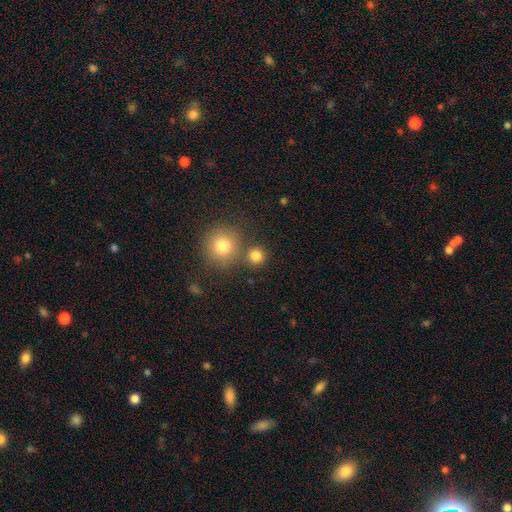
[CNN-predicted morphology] A smooth galaxy with no disk features (82%) that is round (92%).

Vote fractions:
- Smooth or featured? smooth: 82% / star or artifact: 12% / featured or disk: 6%
- How rounded? round: 92% / in between: 7% / cigar-shaped: 1%
- Merging? none: 73% / merger: 17% / minor disturbance: 7% / major disturbance: 3%